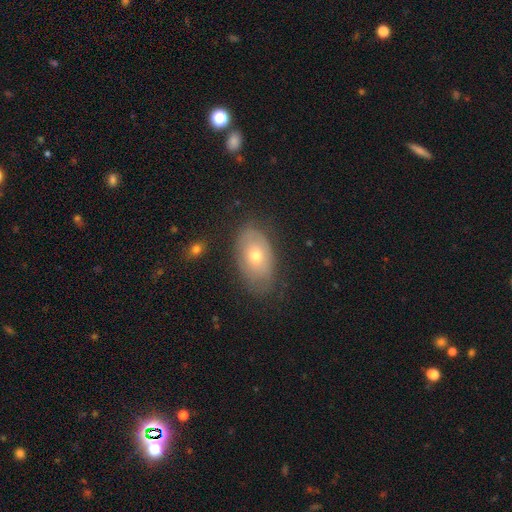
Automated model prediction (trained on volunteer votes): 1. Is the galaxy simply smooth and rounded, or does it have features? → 52% smooth, 39% featured or disk, 9% star or artifact.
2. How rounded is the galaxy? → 89% in between, 9% round, 2% cigar-shaped.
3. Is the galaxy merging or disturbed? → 74% none, 19% minor disturbance, 6% major disturbance, 1% merger.